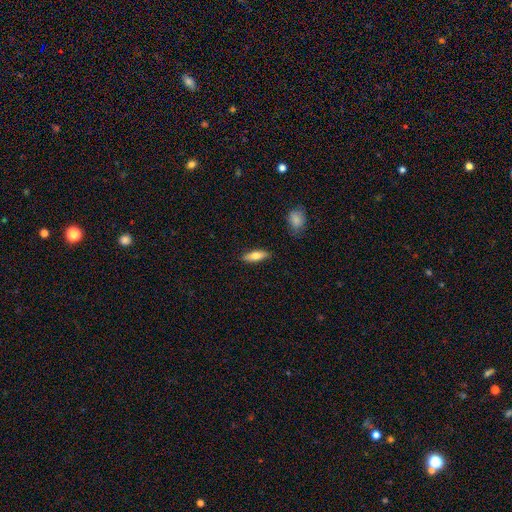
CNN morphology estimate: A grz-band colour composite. It shows a smooth galaxy with no disk features (69%) that is in between round and cigar-shaped (51%). Merging: none (87%).